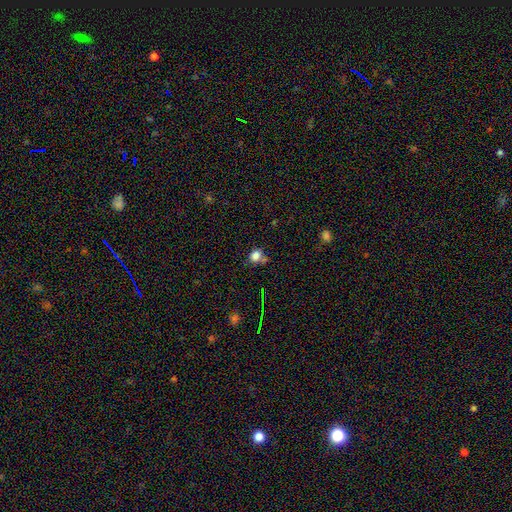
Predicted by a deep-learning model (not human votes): smooth_or_featured: smooth (p=0.77) [alt: star or artifact p=0.16]
how_rounded: round (p=0.65) [alt: in between p=0.34]
merging: none (p=0.57) [alt: minor disturbance p=0.19]